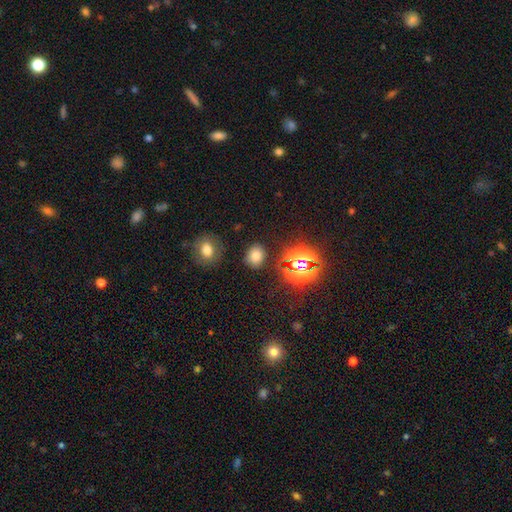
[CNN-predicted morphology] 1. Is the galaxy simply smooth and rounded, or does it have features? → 72% smooth, 21% star or artifact, 7% featured or disk.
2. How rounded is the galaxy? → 60% round, 39% in between, 1% cigar-shaped.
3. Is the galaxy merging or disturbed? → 84% none, 10% minor disturbance, 3% major disturbance, 3% merger.